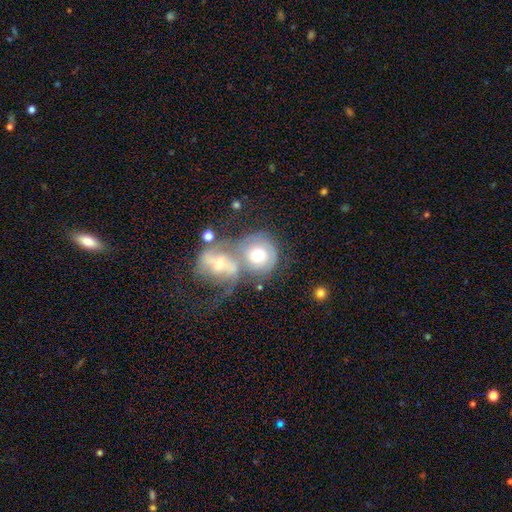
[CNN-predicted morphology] Overall: featured or disk (46%; smooth 37%). Merging: merger (66%).